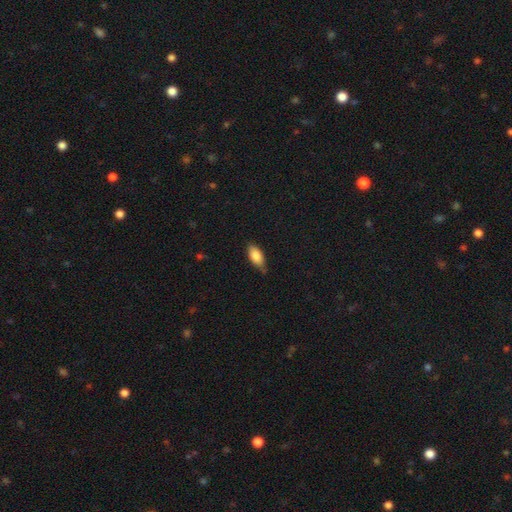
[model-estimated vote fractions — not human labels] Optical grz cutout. It shows a smooth galaxy with no disk features (85%) that is in between round and cigar-shaped (89%). Merging: none (73%).